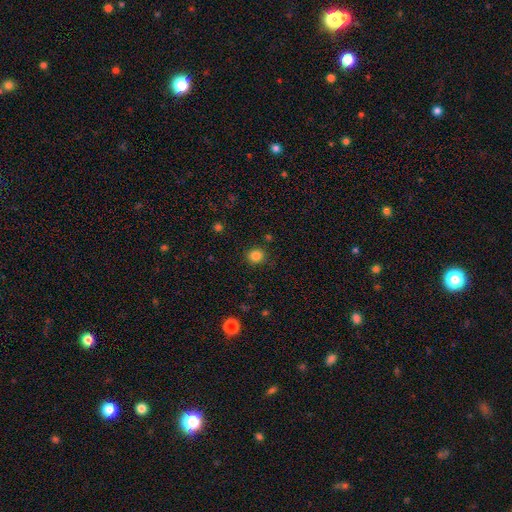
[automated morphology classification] Smooth or featured? smooth (84%)
How rounded? round (86%)
Merging? none (87%)